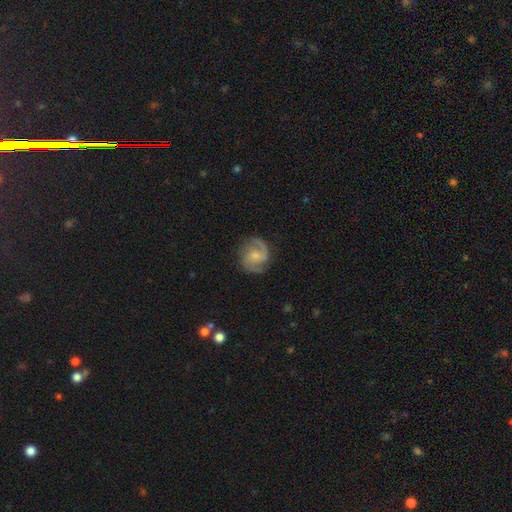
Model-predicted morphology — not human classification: A featured or disk galaxy (81%) with no bar (52%), 2 (84%) medium (53%) spiral arms (96%) and a small central bulge (61%). Merging: none (78%).